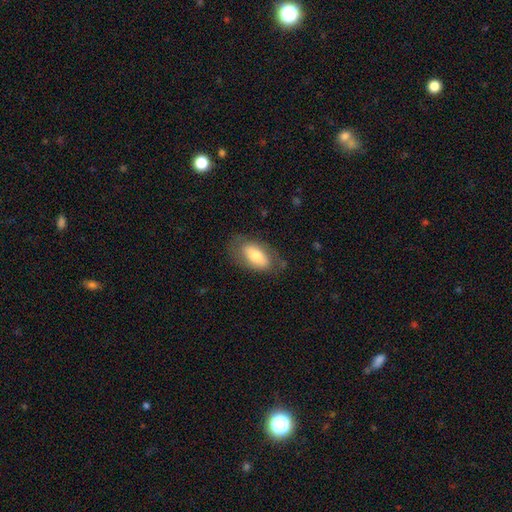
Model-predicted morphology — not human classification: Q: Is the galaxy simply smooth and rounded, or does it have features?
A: smooth — 63%.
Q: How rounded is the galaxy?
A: in between — 91%.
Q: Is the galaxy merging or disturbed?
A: none — 72%.